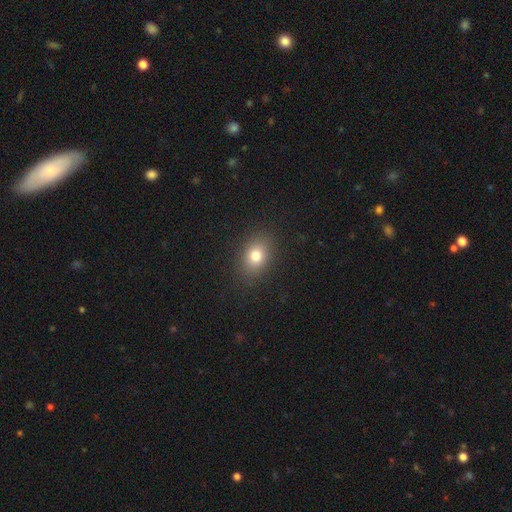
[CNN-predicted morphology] smooth_or_featured: smooth (p=0.78) [alt: star or artifact p=0.13]
how_rounded: in between (p=0.63) [alt: round p=0.35]
merging: none (p=0.87) [alt: minor disturbance p=0.08]